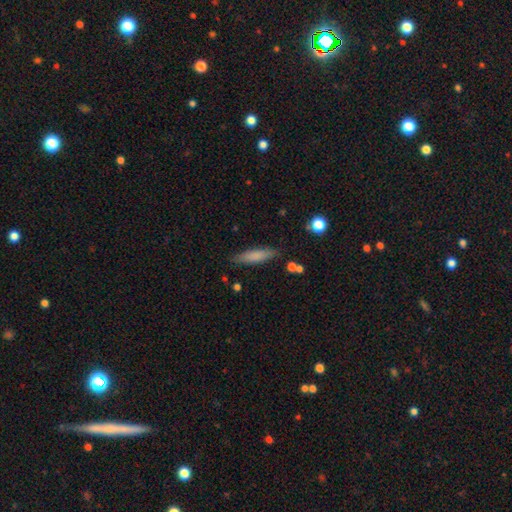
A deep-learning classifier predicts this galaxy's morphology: This appears to be a smooth galaxy with no disk features (78%) that is cigar-shaped (74%). Merging: none (83%).